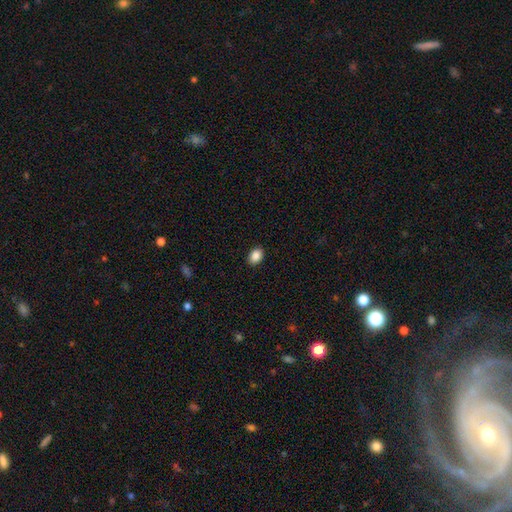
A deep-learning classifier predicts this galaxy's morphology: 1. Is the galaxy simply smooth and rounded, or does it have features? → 88% smooth, 8% star or artifact, 4% featured or disk.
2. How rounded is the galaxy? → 76% in between, 22% round, 1% cigar-shaped.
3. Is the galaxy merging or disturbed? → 90% none, 7% minor disturbance, 2% major disturbance, 1% merger.